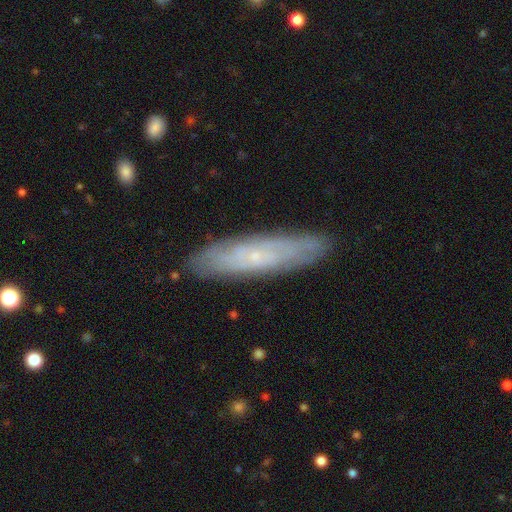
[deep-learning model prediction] Overall: featured or disk (62%; smooth 31%). Edge-on disk: no (61%; yes 39%). Merging: none (86%).